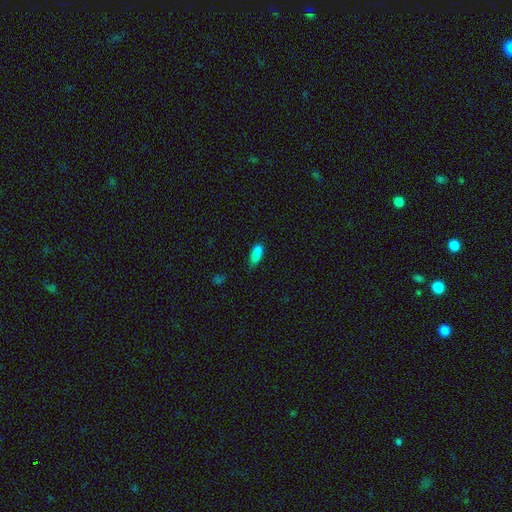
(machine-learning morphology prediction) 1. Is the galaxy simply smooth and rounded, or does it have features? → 74% smooth, 15% featured or disk, 11% star or artifact.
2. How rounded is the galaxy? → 73% in between, 18% cigar-shaped, 8% round.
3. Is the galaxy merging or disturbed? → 44% merger, 32% none, 16% minor disturbance, 7% major disturbance.